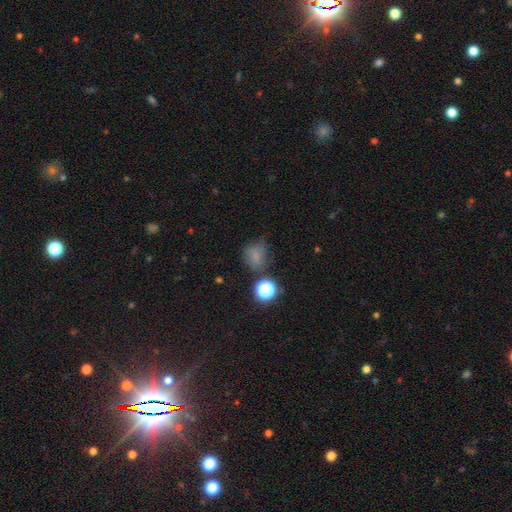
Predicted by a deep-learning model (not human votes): Smooth or featured: smooth — 64% (star or artifact — 24%)
How rounded: round — 69% (in between — 30%)
Merging: none — 57% (minor disturbance — 25%)